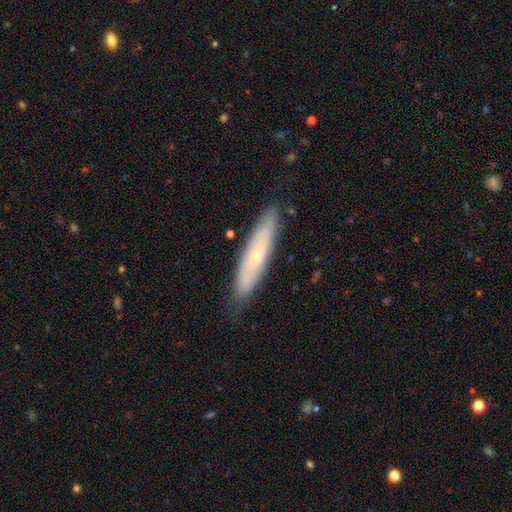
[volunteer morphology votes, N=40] Smooth or featured? 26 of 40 (65%) said smooth. How rounded? 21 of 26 (81%) said cigar-shaped. Merging? 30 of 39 (77%) said none.